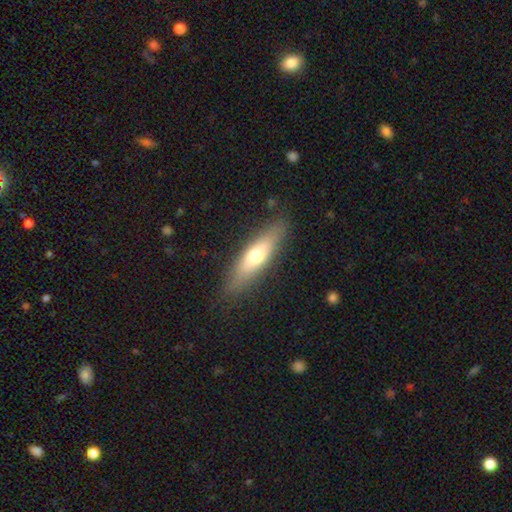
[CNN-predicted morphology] Smooth or featured: smooth — 58% (featured or disk — 36%)
How rounded: cigar-shaped — 60% (in between — 37%)
Merging: none — 85% (minor disturbance — 11%)